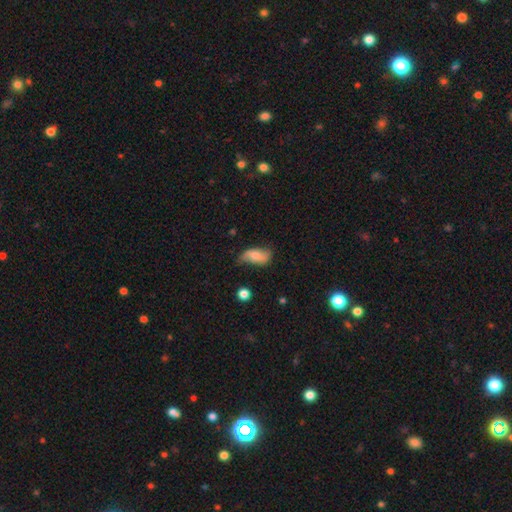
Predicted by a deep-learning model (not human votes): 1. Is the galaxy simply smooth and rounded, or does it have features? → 57% smooth, 35% featured or disk, 8% star or artifact.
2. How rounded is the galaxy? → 89% in between, 6% cigar-shaped, 5% round.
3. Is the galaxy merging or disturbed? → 52% none, 35% minor disturbance, 11% major disturbance, 3% merger.